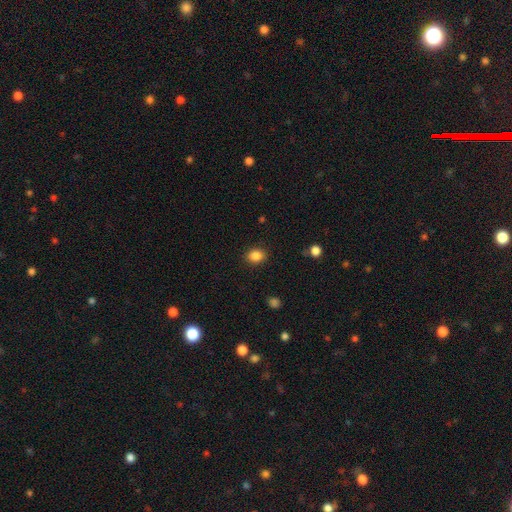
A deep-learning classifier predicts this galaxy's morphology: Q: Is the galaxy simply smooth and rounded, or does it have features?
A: smooth — 86%.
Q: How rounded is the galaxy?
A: in between — 51%.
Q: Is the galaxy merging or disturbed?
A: none — 88%.